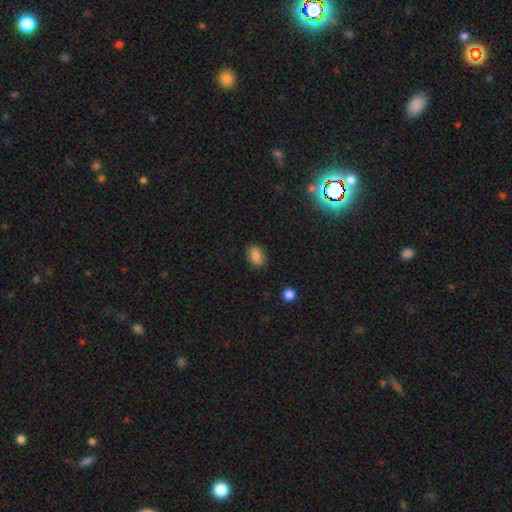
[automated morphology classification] Smooth or featured? Predicted: smooth (p=0.81). How rounded? Predicted: in between (p=0.72). Merging? Predicted: none (p=0.81).